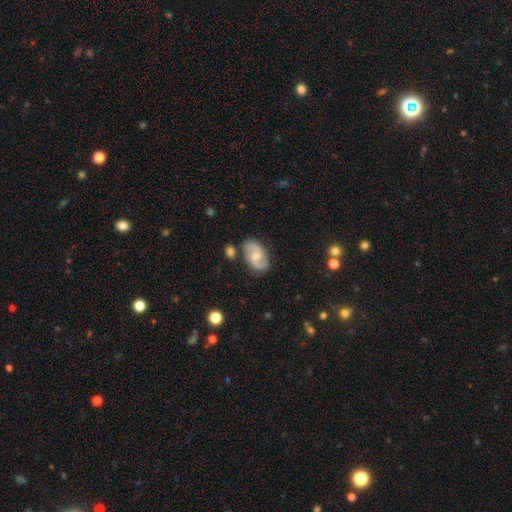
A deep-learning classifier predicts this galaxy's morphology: featured or disk 80%, smooth 14%, star or artifact 6%. Down the decision tree: edge-on disk — no (97%); bar — no (55%); spiral arms — yes (94%); spiral arm count — 2 (91%); spiral winding — medium (52%); bulge size — moderate (55%); merging — none (80%).